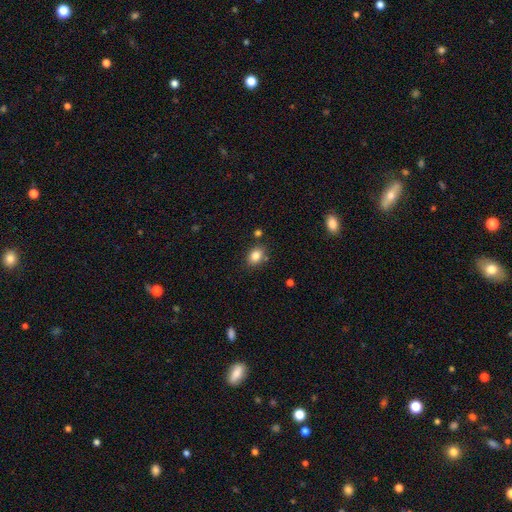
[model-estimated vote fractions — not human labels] Morphology: type=smooth (84%); roundness=in between (69%); merging=none (79%).